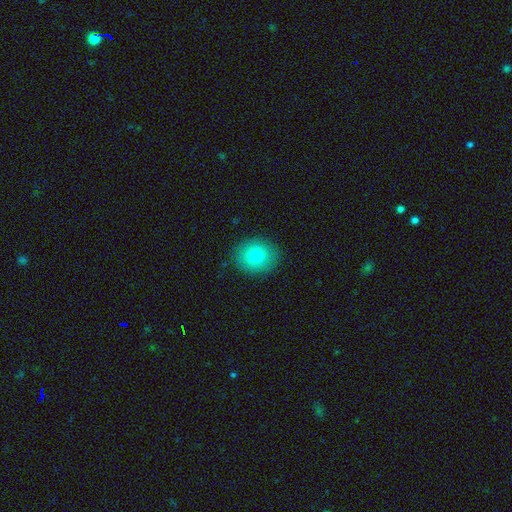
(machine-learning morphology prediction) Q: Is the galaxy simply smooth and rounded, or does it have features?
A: smooth — 77%.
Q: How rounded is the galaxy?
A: round — 72%.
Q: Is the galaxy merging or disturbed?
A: none — 88%.